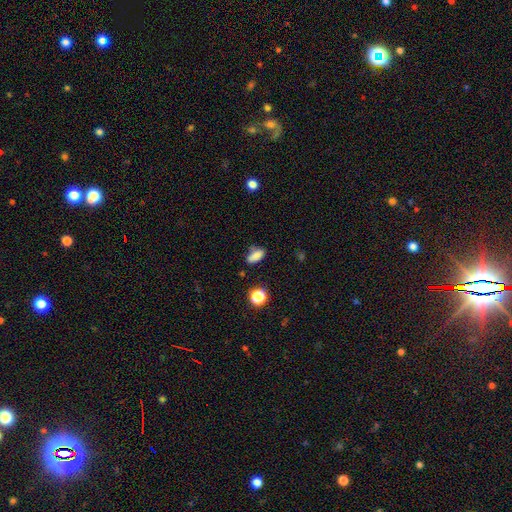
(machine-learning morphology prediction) Overall: smooth (80%). How rounded: in between (82%). Merging: none (63%; minor disturbance 24%).